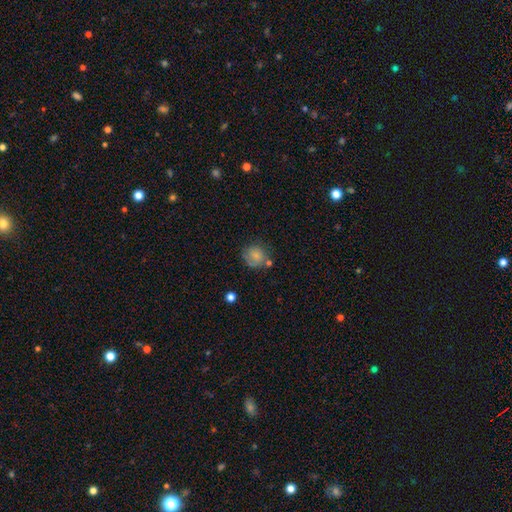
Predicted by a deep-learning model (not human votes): This appears to be a smooth galaxy with no disk features (73%) that is round (81%). Merging: none (60%).